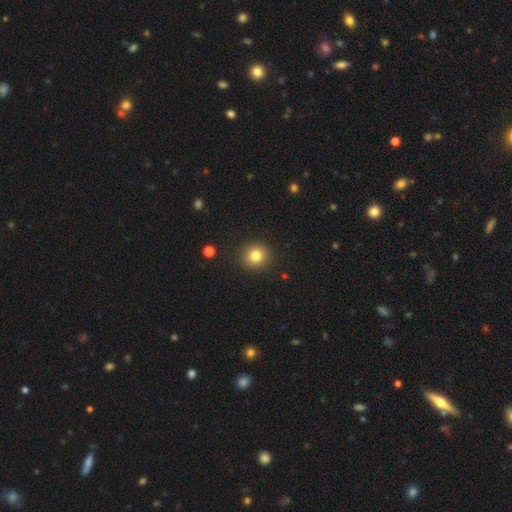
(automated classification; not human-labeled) A smooth galaxy with no disk features (82%) that is round (88%). Merging: none (90%).